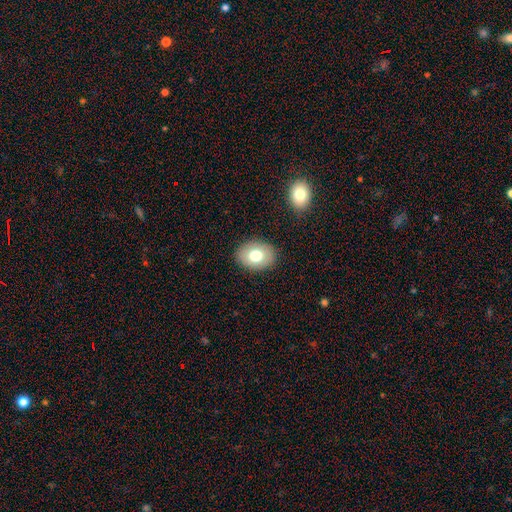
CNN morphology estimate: The model was most divided on "how rounded": in between: 71%, round: 29%, cigar-shaped: 1%. More confident: merging — none (89%); smooth or featured — smooth (74%).